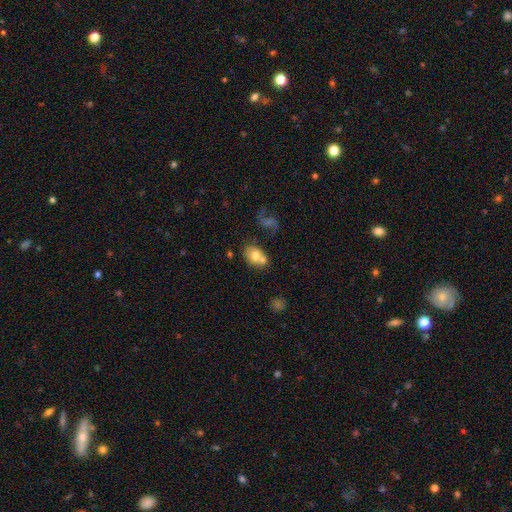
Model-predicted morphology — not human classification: This appears to be a smooth galaxy with no disk features (70%) that is in between round and cigar-shaped (59%). Merging: merger (41%, tied with none).